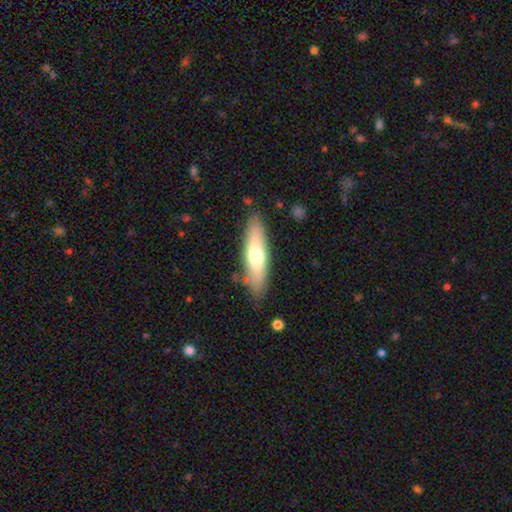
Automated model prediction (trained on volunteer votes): Smooth or featured: smooth — 62% (featured or disk — 33%)
How rounded: cigar-shaped — 67% (in between — 32%)
Merging: none — 83% (minor disturbance — 12%)